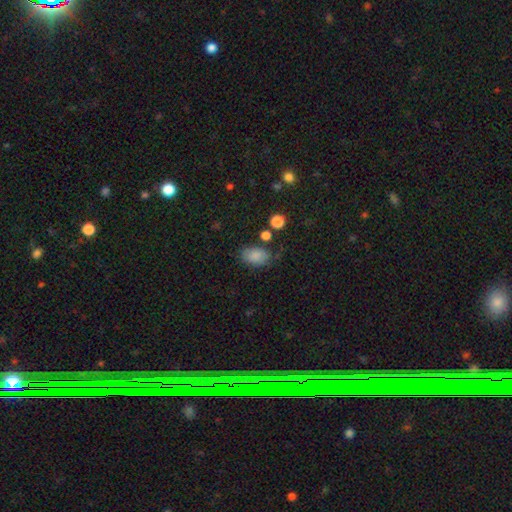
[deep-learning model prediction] A smooth galaxy with no disk features (83%) that is in between round and cigar-shaped (87%).

Vote fractions:
- Smooth or featured? smooth: 83% / star or artifact: 10% / featured or disk: 7%
- How rounded? in between: 87% / round: 12% / cigar-shaped: 1%
- Merging? none: 66% / minor disturbance: 22% / major disturbance: 7% / merger: 5%